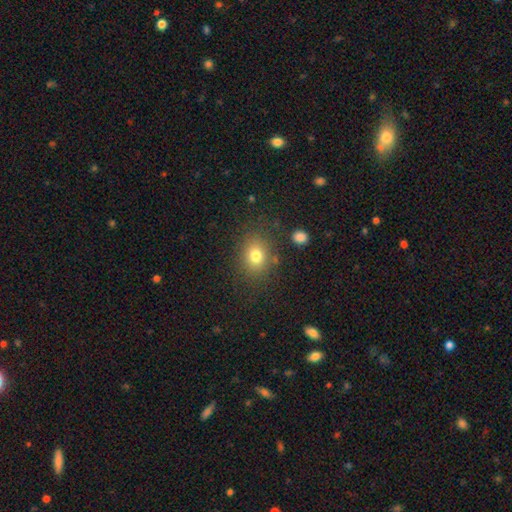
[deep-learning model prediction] Smooth or featured: smooth — 78% (star or artifact — 13%)
How rounded: round — 52% (in between — 47%)
Merging: none — 81% (minor disturbance — 11%)